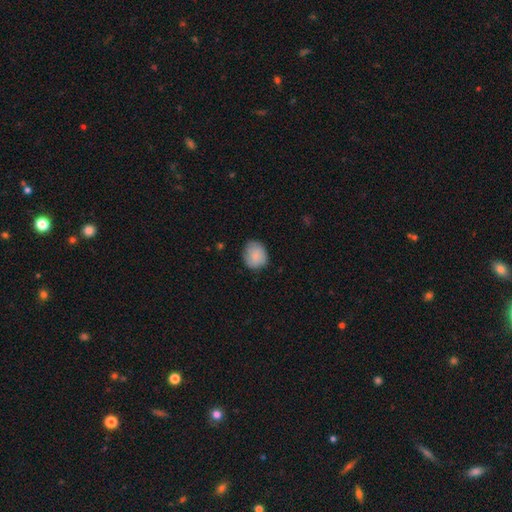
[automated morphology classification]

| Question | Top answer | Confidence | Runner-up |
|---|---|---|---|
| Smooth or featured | smooth | 86% | featured or disk (8%) |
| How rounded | round | 72% | in between (27%) |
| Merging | none | 77% | minor disturbance (19%) |